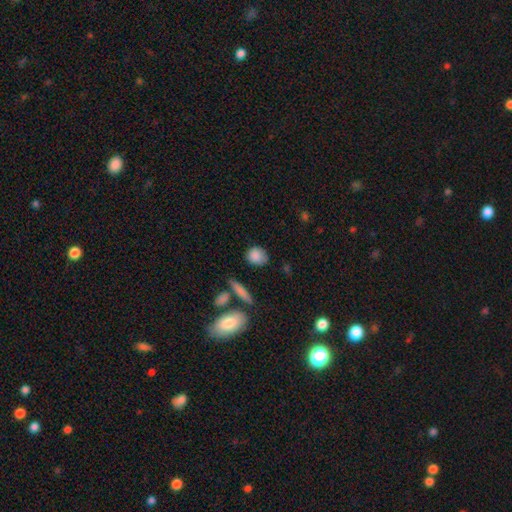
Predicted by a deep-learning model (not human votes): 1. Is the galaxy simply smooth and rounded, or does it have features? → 85% smooth, 7% star or artifact, 7% featured or disk.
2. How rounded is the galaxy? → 59% round, 37% in between, 4% cigar-shaped.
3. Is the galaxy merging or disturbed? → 73% none, 17% minor disturbance, 5% merger, 5% major disturbance.